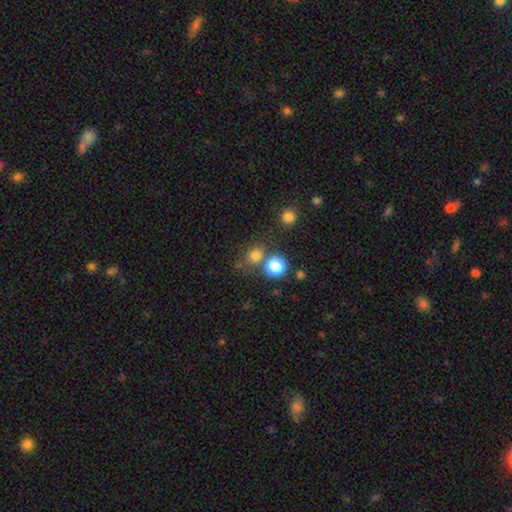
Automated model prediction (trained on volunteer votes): Smooth or featured?
  - smooth: 79% *
  - star or artifact: 15%
  - featured or disk: 7%
How rounded?
  - round: 79% *
  - in between: 20%
  - cigar-shaped: 1%
Merging?
  - none: 62% *
  - merger: 25%
  - minor disturbance: 9%
  - major disturbance: 4%